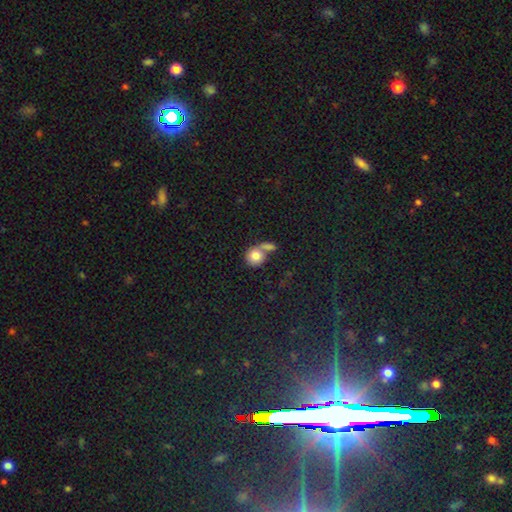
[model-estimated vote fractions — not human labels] This appears to be a smooth galaxy with no disk features (78%) that is round (81%). Merging: merger (45%).